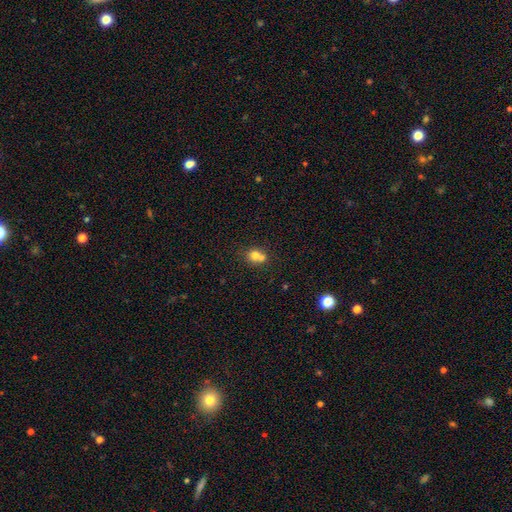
A smooth galaxy with no disk features (82%) that is round (75%).

Vote fractions:
- Smooth or featured? smooth: 82% / featured or disk: 10% / star or artifact: 8%
- How rounded? round: 75% / in between: 25% / cigar-shaped: 0%
- Merging? merger: 58% / none: 36% / minor disturbance: 3% / major disturbance: 3%